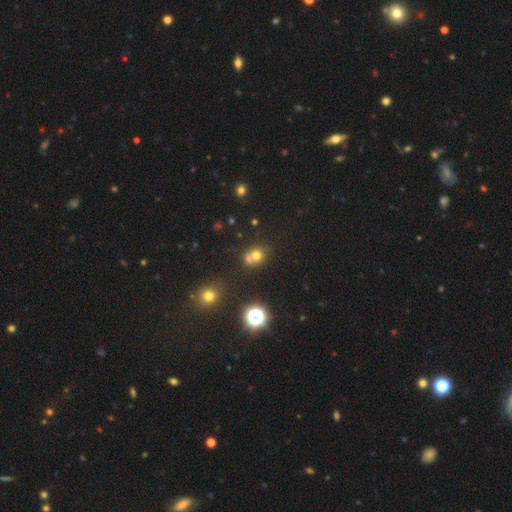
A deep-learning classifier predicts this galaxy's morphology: Smooth or featured: smooth — 67% (star or artifact — 20%)
How rounded: round — 77% (in between — 22%)
Merging: merger — 46% (none — 42%)